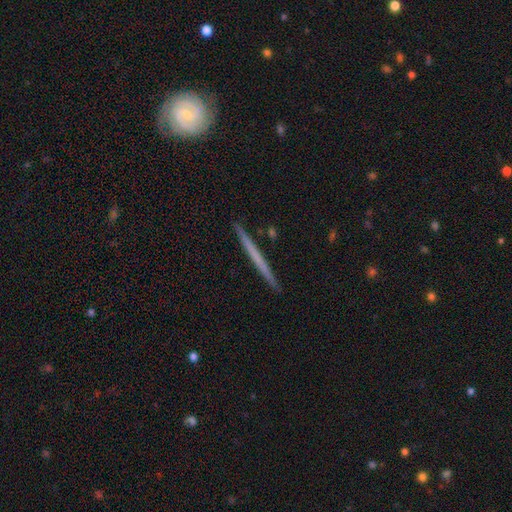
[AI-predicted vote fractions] smooth_or_featured: featured or disk (p=0.48) [alt: smooth p=0.47]
merging: none (p=0.92) [alt: minor disturbance p=0.06]